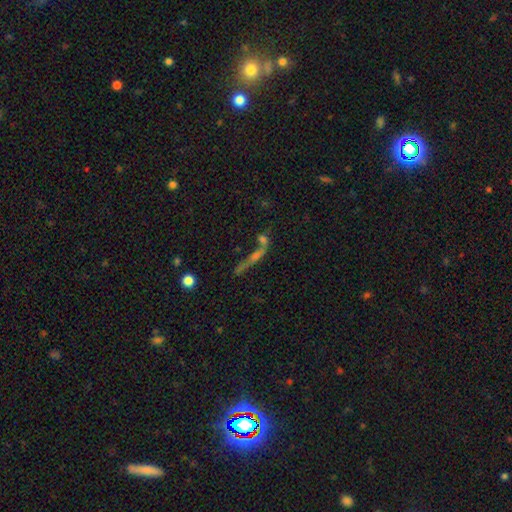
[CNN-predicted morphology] Q: Smooth or featured?
A: featured or disk (52%); runner-up: smooth (28%)
Q: Edge-on disk?
A: yes (68%); runner-up: no (32%)
Q: Merging?
A: none (41%); runner-up: merger (36%)